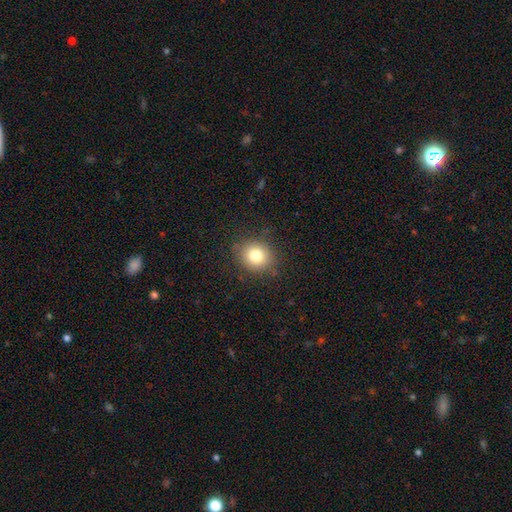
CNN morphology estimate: This appears to be a smooth galaxy with no disk features (79%) that is round (75%). Merging: none (85%).